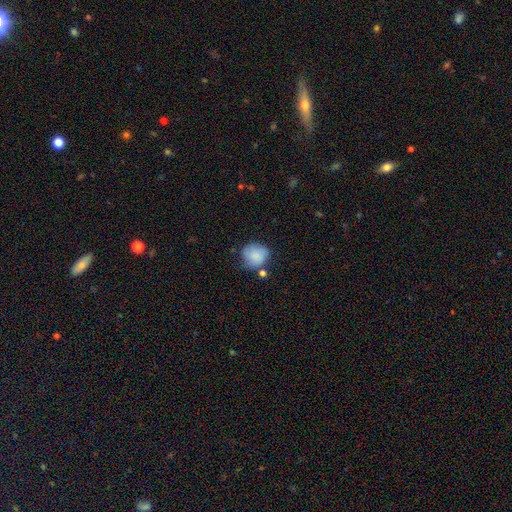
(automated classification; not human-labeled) This is clearly a smooth galaxy (84%). How rounded: likely round (79%). Merging: likely none (61%).